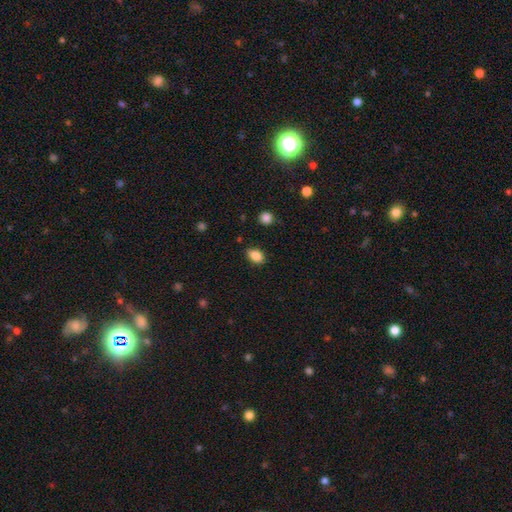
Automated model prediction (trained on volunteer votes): A smooth galaxy with no disk features (86%) that is in between round and cigar-shaped (83%).

Vote fractions:
- Smooth or featured? smooth: 86% / star or artifact: 9% / featured or disk: 5%
- How rounded? in between: 83% / round: 15% / cigar-shaped: 2%
- Merging? none: 85% / minor disturbance: 11% / major disturbance: 2% / merger: 1%